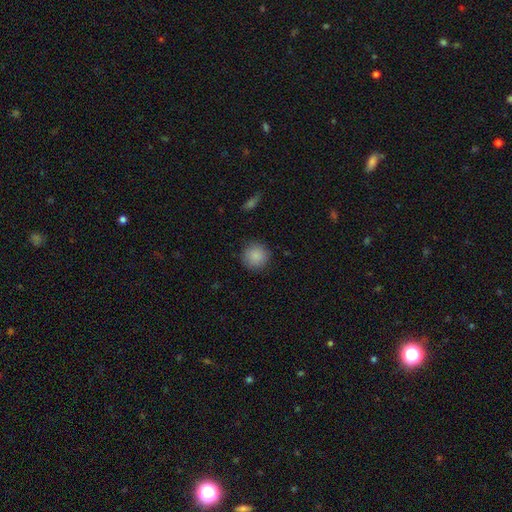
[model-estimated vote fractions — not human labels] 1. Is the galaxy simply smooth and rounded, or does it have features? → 88% smooth, 8% star or artifact, 4% featured or disk.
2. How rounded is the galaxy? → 94% round, 5% in between, 1% cigar-shaped.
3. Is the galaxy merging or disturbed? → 89% none, 8% minor disturbance, 2% major disturbance, 1% merger.